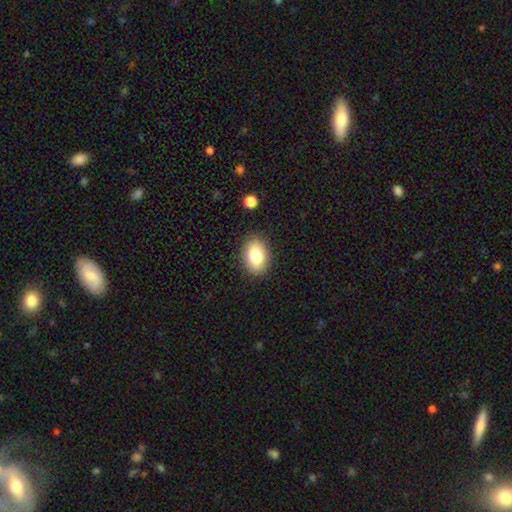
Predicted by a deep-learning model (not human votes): A smooth galaxy with no disk features (81%) that is in between round and cigar-shaped (82%). Merging: none (87%).